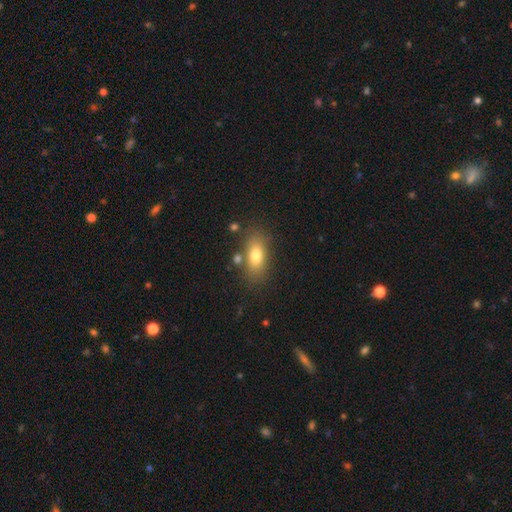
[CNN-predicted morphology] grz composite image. It shows a smooth galaxy with no disk features (76%) that is in between round and cigar-shaped (81%). Merging: none (75%).